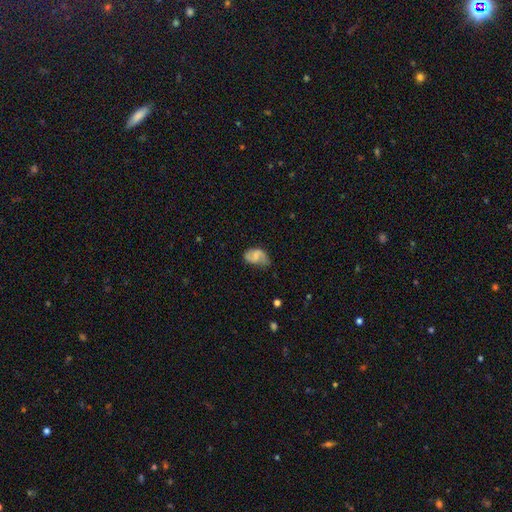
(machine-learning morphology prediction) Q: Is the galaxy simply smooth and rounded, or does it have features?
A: featured or disk — 51%.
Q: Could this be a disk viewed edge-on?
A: no — 97%.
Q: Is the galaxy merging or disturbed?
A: none — 52%.